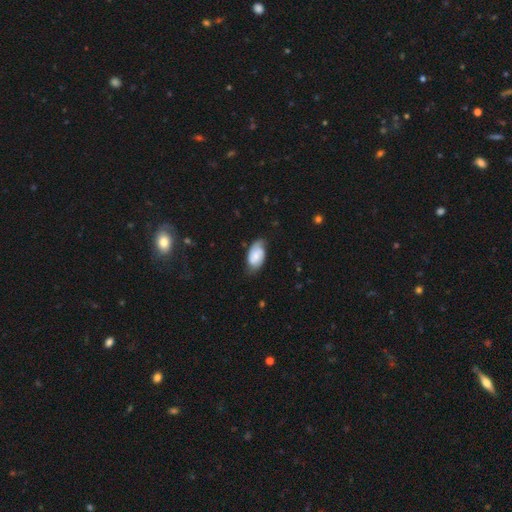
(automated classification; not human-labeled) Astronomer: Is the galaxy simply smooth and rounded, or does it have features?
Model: smooth — 50% (runner-up: featured or disk, 43%).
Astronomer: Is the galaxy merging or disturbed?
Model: none — 67%.